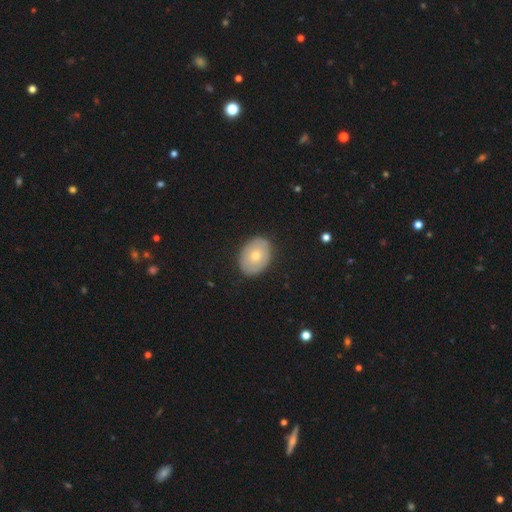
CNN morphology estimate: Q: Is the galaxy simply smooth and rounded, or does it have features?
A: smooth — 65%.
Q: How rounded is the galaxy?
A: in between — 69%.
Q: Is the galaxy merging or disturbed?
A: none — 86%.